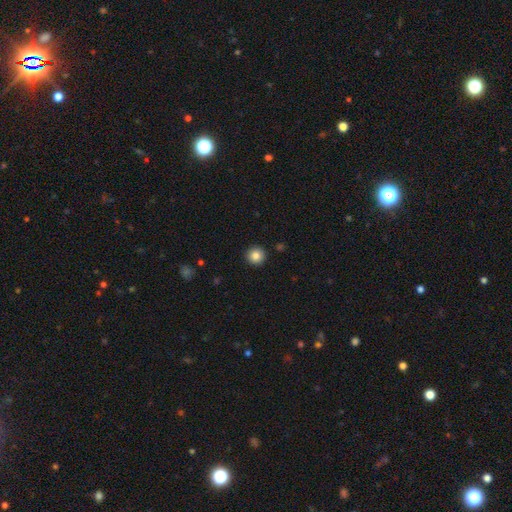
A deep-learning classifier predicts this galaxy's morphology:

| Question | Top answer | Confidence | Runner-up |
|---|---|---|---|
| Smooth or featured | smooth | 85% | star or artifact (10%) |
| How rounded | round | 96% | in between (4%) |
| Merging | none | 93% | minor disturbance (4%) |